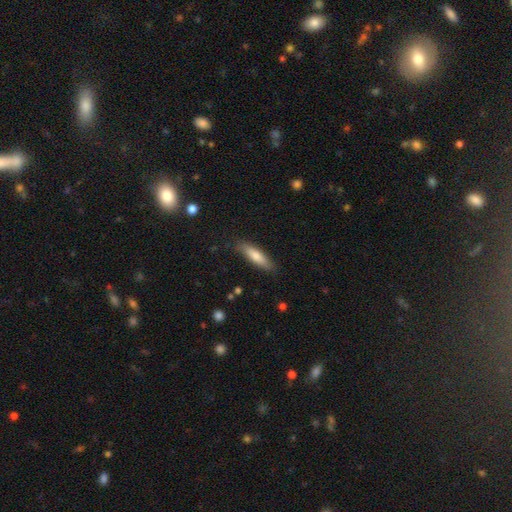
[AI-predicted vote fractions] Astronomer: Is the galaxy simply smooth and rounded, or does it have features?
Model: smooth — 73%.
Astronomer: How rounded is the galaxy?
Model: cigar-shaped — 69%.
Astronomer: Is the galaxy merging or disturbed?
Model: none — 85%.